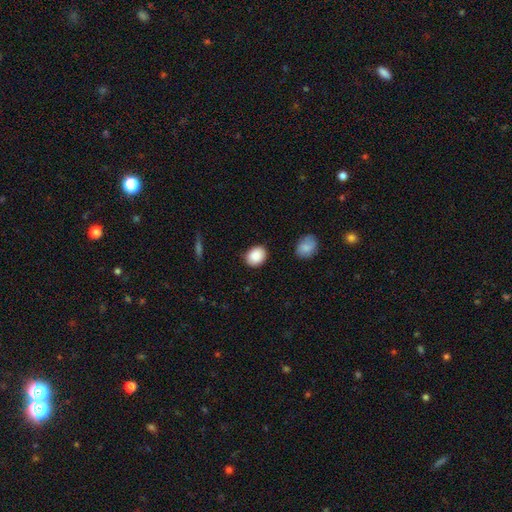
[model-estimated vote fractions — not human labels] Smooth or featured?
  - smooth: 89% *
  - star or artifact: 7%
  - featured or disk: 4%
How rounded?
  - in between: 53% *
  - round: 46%
  - cigar-shaped: 1%
Merging?
  - none: 84% *
  - minor disturbance: 11%
  - major disturbance: 2%
  - merger: 2%